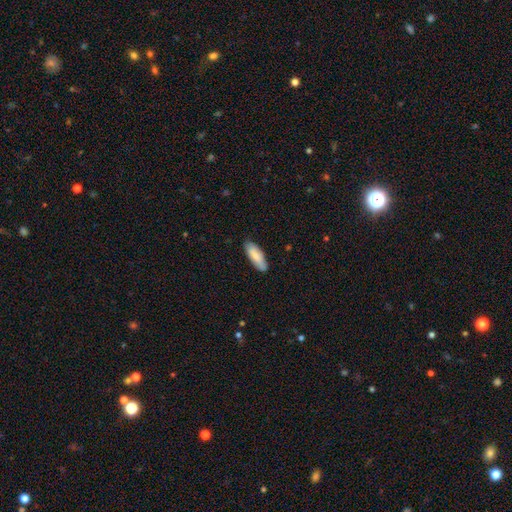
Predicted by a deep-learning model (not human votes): smooth-or-featured: smooth: 79% | featured or disk: 16% | star or artifact: 5%
  how-rounded: in between: 63% | cigar-shaped: 35% | round: 2%
  merging: none: 84% | minor disturbance: 13% | major disturbance: 2% | merger: 1%